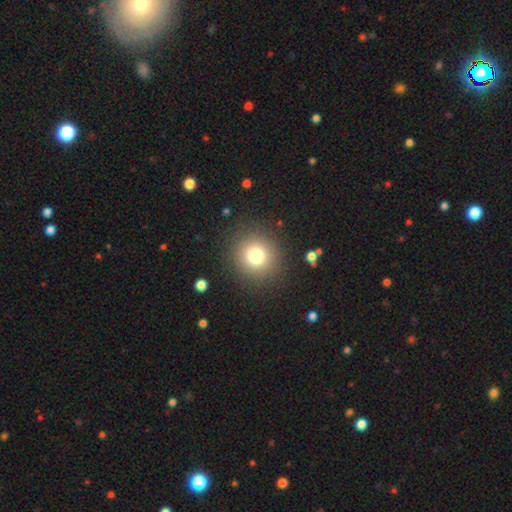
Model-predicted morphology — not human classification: Overall: smooth (77%). How rounded: round (93%). Merging: none (89%).